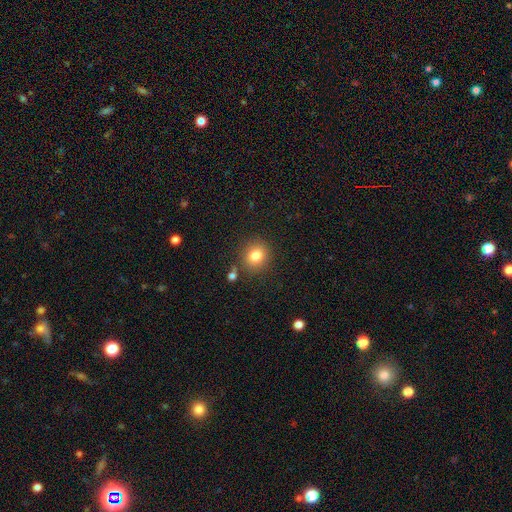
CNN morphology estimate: This appears to be a smooth galaxy with no disk features (82%) that is round (79%). Merging: none (83%).